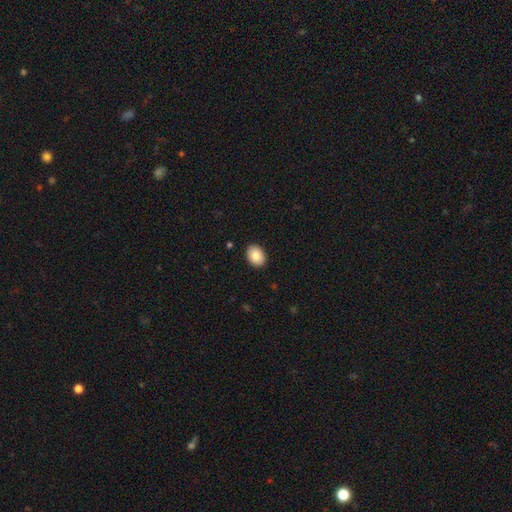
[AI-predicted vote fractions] A smooth galaxy with no disk features (83%) that is in between round and cigar-shaped (59%).

Vote fractions:
- Smooth or featured? smooth: 83% / featured or disk: 9% / star or artifact: 8%
- How rounded? in between: 59% / round: 40% / cigar-shaped: 1%
- Merging? none: 91% / minor disturbance: 7% / major disturbance: 2% / merger: 1%